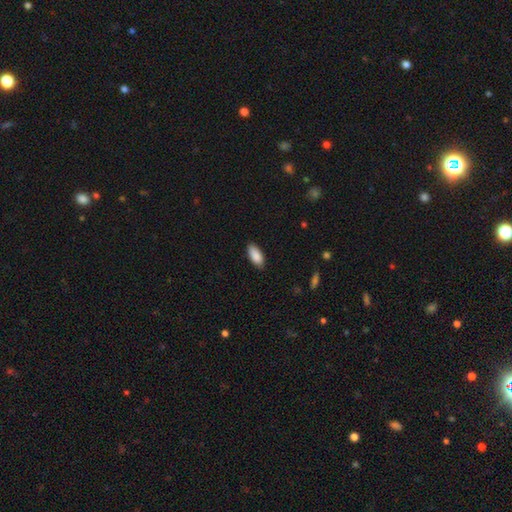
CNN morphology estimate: Smooth or featured: smooth — 89% (star or artifact — 6%)
How rounded: in between — 87% (cigar-shaped — 12%)
Merging: none — 86% (minor disturbance — 11%)